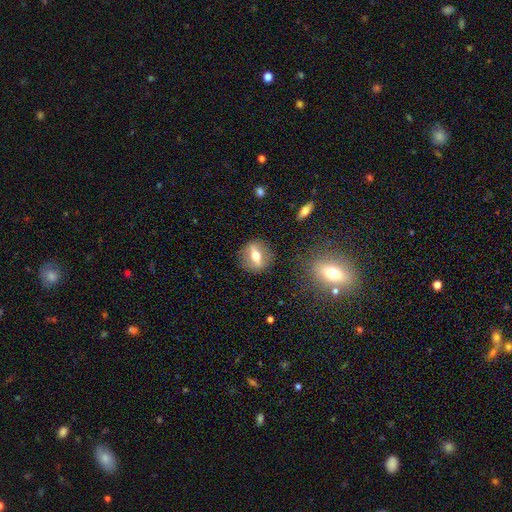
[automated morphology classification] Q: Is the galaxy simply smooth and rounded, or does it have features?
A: featured or disk — 56%.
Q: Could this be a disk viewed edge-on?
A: yes — 51%.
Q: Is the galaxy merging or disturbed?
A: none — 86%.